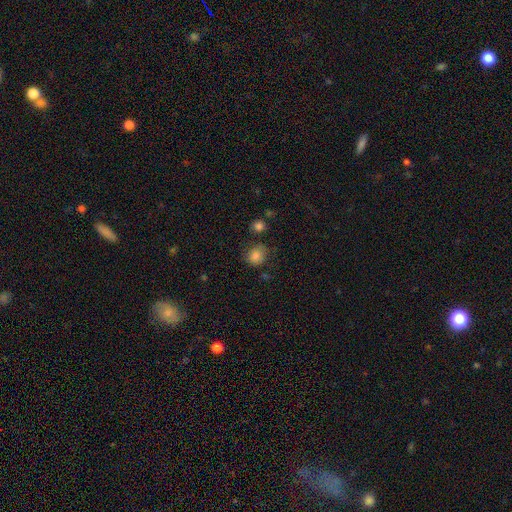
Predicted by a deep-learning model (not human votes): Smooth or featured: smooth — 83% (star or artifact — 11%)
How rounded: round — 73% (in between — 26%)
Merging: none — 72% (minor disturbance — 18%)